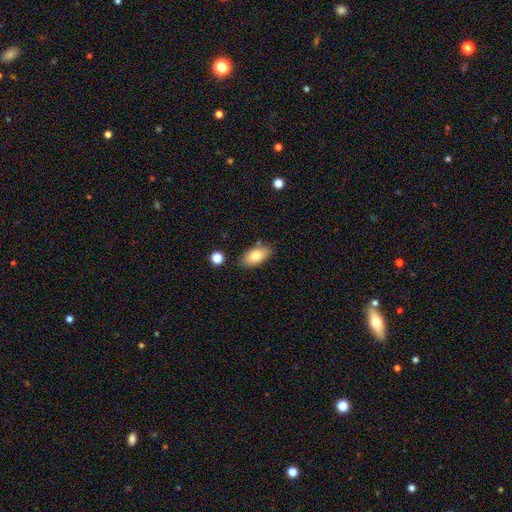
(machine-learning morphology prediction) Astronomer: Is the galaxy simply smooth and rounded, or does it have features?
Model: smooth — 80%.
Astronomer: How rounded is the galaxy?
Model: in between — 92%.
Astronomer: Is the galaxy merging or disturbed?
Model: none — 82%.